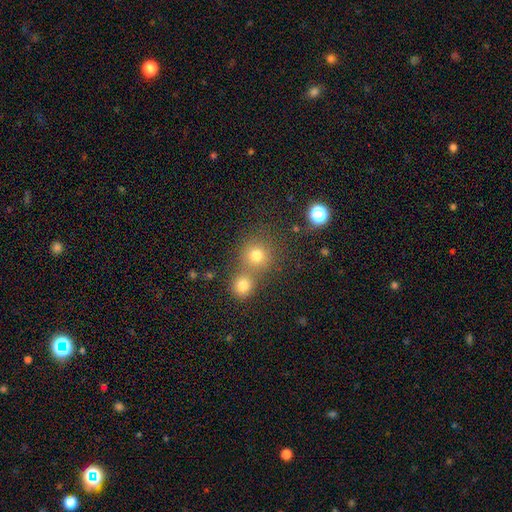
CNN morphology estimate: Q: Smooth or featured?
A: smooth (74%); runner-up: star or artifact (18%)
Q: How rounded?
A: round (90%); runner-up: in between (9%)
Q: Merging?
A: none (57%); runner-up: merger (34%)